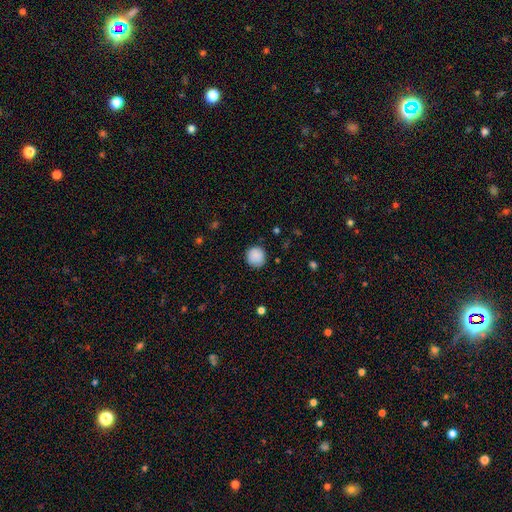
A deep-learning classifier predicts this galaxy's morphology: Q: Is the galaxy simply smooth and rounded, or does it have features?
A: smooth — 88%.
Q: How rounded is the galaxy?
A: round — 93%.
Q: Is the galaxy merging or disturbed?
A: none — 86%.